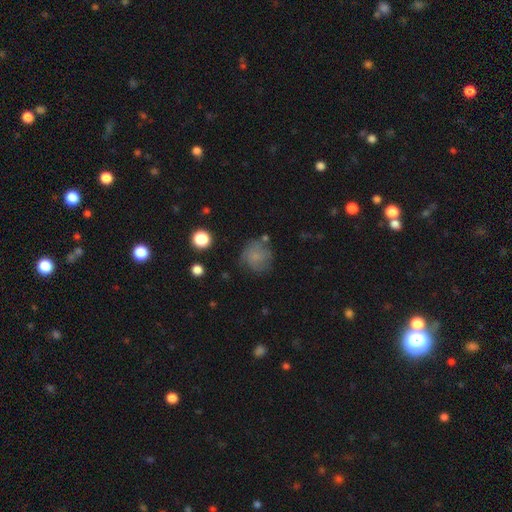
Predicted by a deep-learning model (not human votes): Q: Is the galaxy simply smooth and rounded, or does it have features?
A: smooth — 69%.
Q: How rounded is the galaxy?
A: round — 88%.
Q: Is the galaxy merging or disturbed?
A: none — 64%.